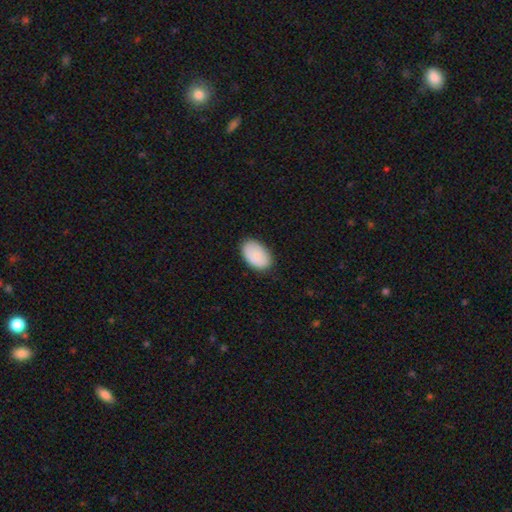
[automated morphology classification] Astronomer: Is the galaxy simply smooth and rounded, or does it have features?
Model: smooth — 87%.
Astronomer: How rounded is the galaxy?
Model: in between — 92%.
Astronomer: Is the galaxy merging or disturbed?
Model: none — 84%.